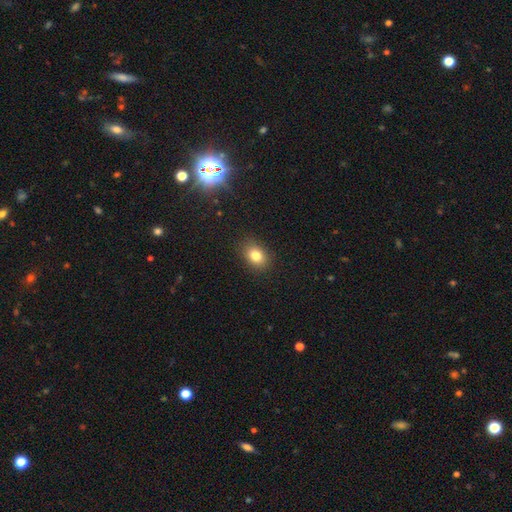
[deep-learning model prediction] Overall: smooth (82%). How rounded: in between (66%; round 33%). Merging: none (87%).